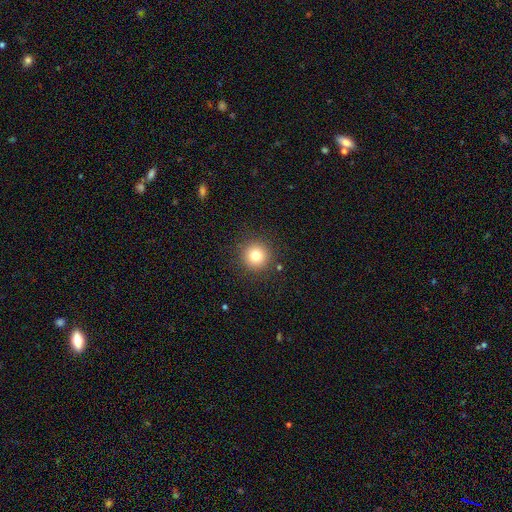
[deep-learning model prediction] smooth 79%, star or artifact 13%, featured or disk 9%. Down the decision tree: how rounded — round (95%); merging — none (90%).